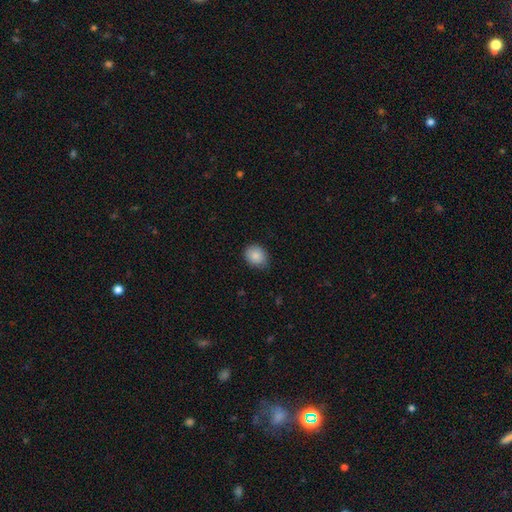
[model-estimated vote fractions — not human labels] Q: Smooth or featured?
A: smooth (86%); runner-up: star or artifact (8%)
Q: How rounded?
A: round (59%); runner-up: in between (40%)
Q: Merging?
A: none (76%); runner-up: minor disturbance (20%)